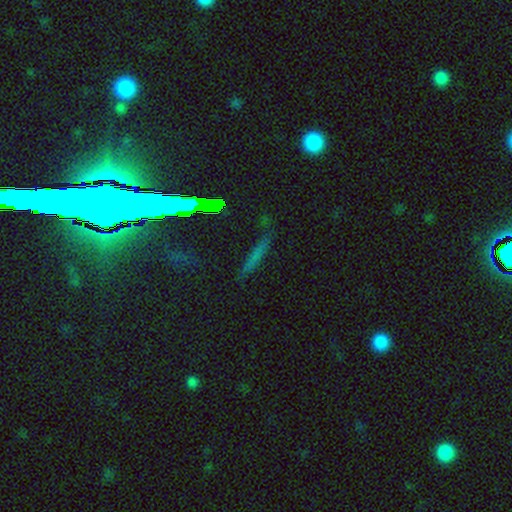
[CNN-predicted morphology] smooth-or-featured: smooth: 41% | star or artifact: 30% | featured or disk: 29%
  merging: none: 80% | minor disturbance: 14% | major disturbance: 4% | merger: 3%